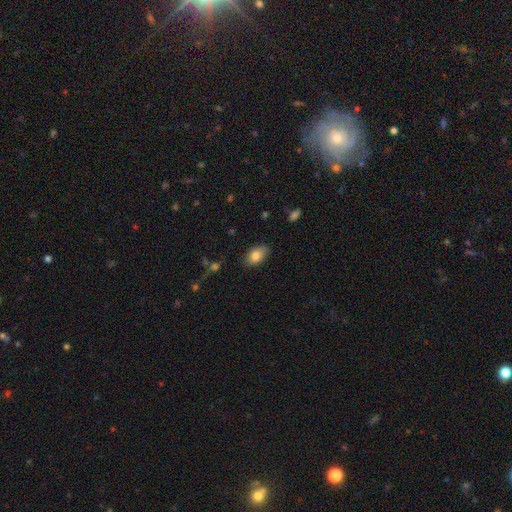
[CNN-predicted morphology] smooth 83%, featured or disk 10%, star or artifact 7%. Down the decision tree: how rounded — in between (91%); merging — none (83%).